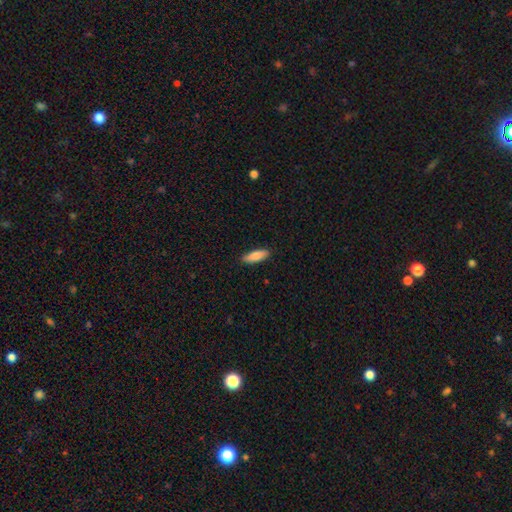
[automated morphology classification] This appears to be a smooth galaxy with no disk features (84%) that is in between round and cigar-shaped (54%). Merging: none (89%).